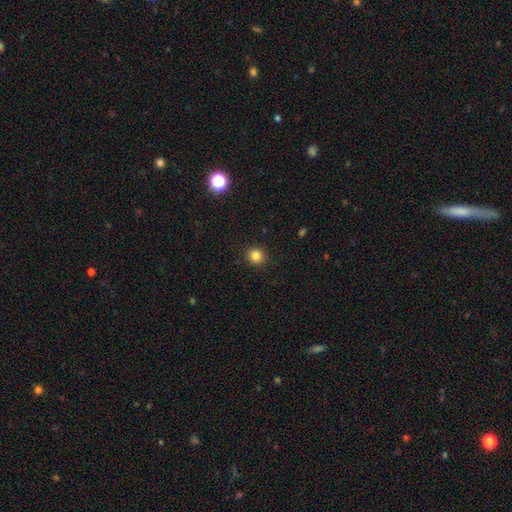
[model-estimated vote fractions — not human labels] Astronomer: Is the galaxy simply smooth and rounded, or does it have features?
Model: smooth — 84%.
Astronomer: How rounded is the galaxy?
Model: round — 92%.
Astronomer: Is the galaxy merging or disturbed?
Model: none — 92%.